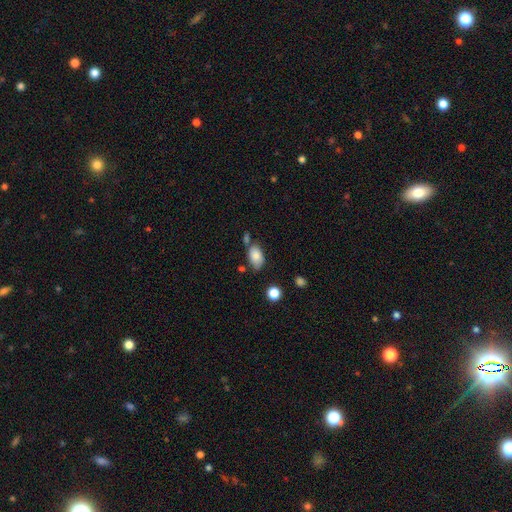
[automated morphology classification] type=smooth (83%); roundness=in between (90%); merging=none (60%).